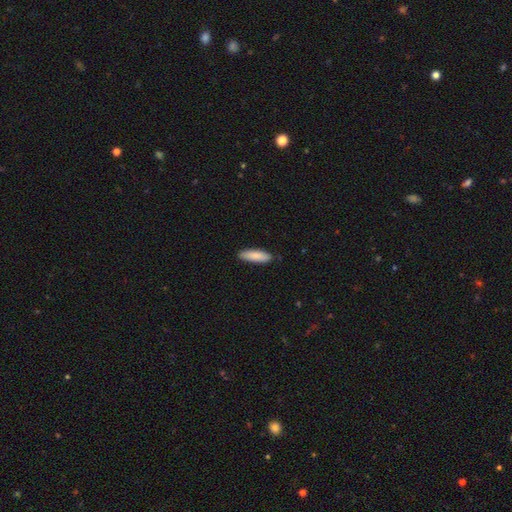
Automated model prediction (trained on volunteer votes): smooth 86%, featured or disk 9%, star or artifact 6%. Down the decision tree: how rounded — cigar-shaped (55%); merging — none (87%).